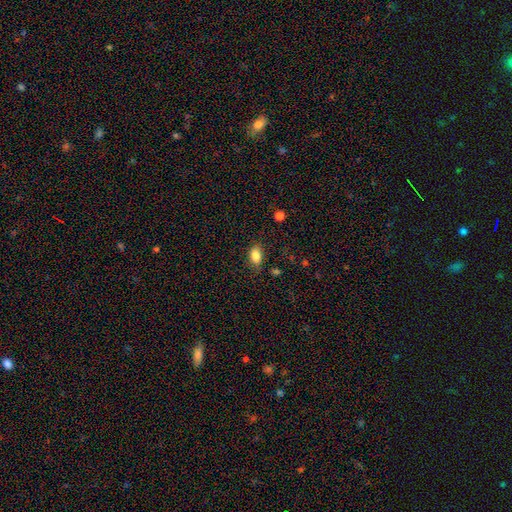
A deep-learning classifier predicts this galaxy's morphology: A smooth galaxy with no disk features (85%) that is in between round and cigar-shaped (87%). Merging: none (76%).